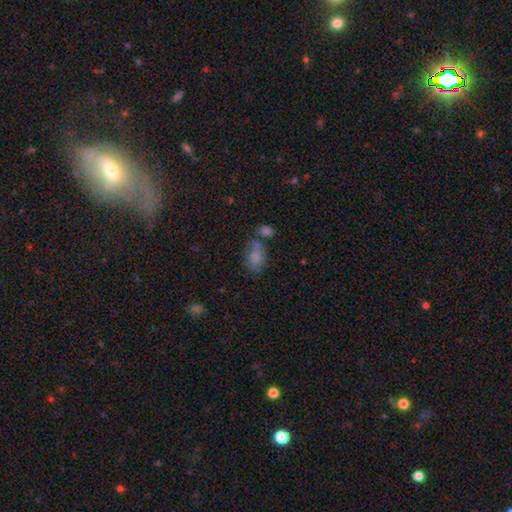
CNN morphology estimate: This is likely a smooth galaxy (71%). How rounded: clearly in between (82%). Merging: marginally none (43%).